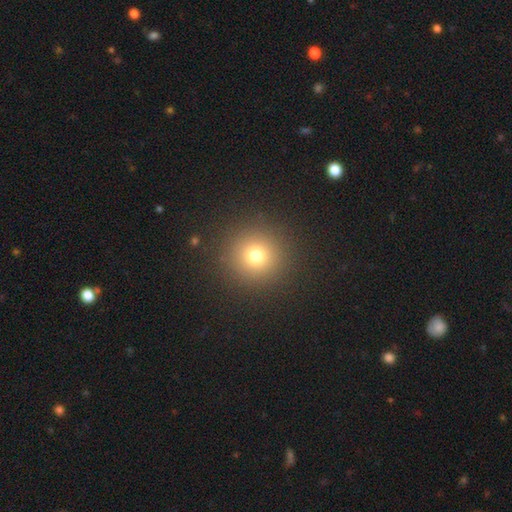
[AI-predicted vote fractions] Smooth or featured?
  - smooth: 74% *
  - star or artifact: 18%
  - featured or disk: 9%
How rounded?
  - round: 95% *
  - in between: 4%
  - cigar-shaped: 1%
Merging?
  - none: 90% *
  - minor disturbance: 5%
  - major disturbance: 3%
  - merger: 1%